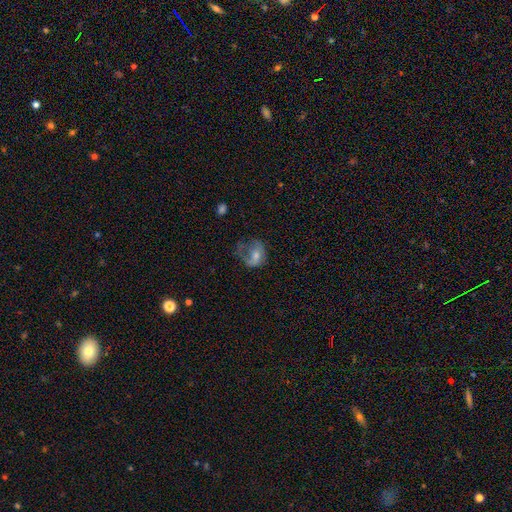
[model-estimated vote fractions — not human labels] A smooth galaxy with no disk features (46%). Merging: major disturbance (47%).